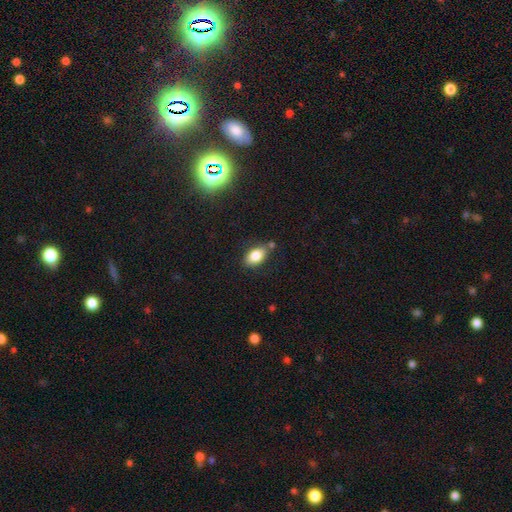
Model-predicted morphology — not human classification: smooth 81%, featured or disk 11%, star or artifact 8%. Down the decision tree: how rounded — in between (89%); merging — none (74%).